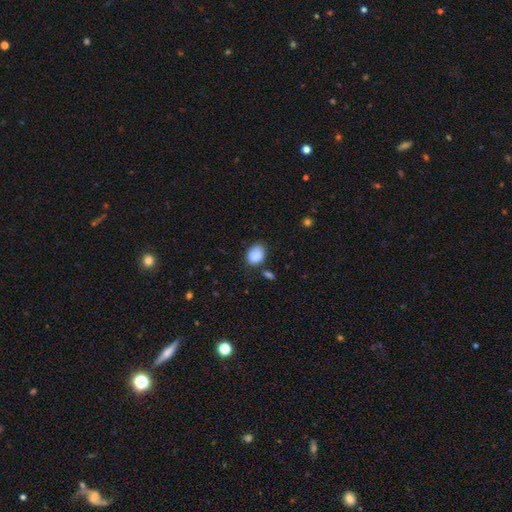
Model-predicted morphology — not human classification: Smooth or featured? smooth (87%)
How rounded? in between (65%)
Merging? none (63%)